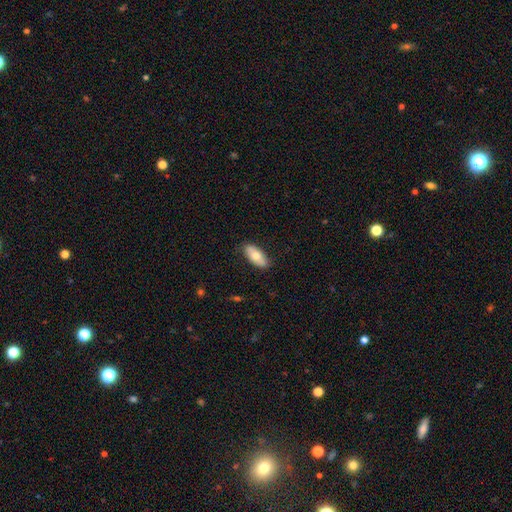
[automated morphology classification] Smooth or featured: smooth — 70% (featured or disk — 24%)
How rounded: in between — 86% (cigar-shaped — 12%)
Merging: none — 85% (minor disturbance — 12%)